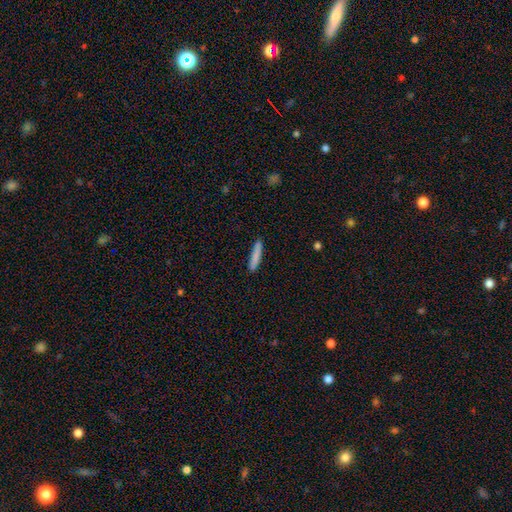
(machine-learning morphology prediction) smooth-or-featured: smooth: 84% | featured or disk: 10% | star or artifact: 6%
  how-rounded: cigar-shaped: 91% | in between: 8% | round: 1%
  merging: none: 88% | minor disturbance: 9% | major disturbance: 2% | merger: 1%